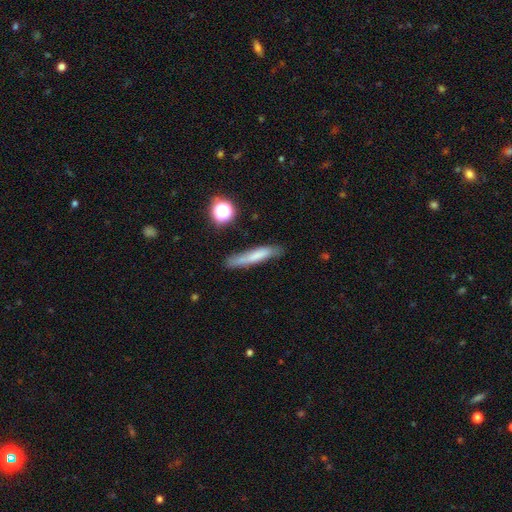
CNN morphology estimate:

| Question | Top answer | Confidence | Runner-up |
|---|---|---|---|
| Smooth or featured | smooth | 66% | featured or disk (24%) |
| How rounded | cigar-shaped | 89% | in between (9%) |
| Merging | none | 73% | minor disturbance (19%) |